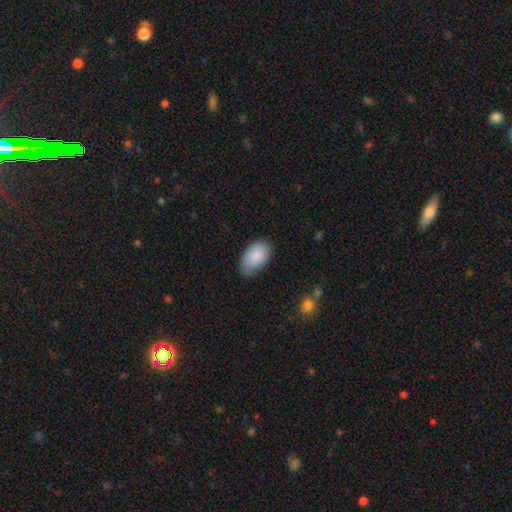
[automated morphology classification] This is clearly a smooth galaxy (86%). How rounded: clearly in between (94%). Merging: likely none (65%).